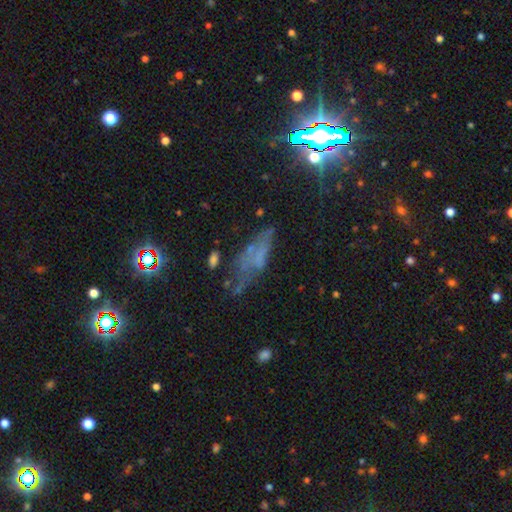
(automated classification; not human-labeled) Smooth or featured? Predicted: featured or disk (p=0.41). Merging? Predicted: none (p=0.42).